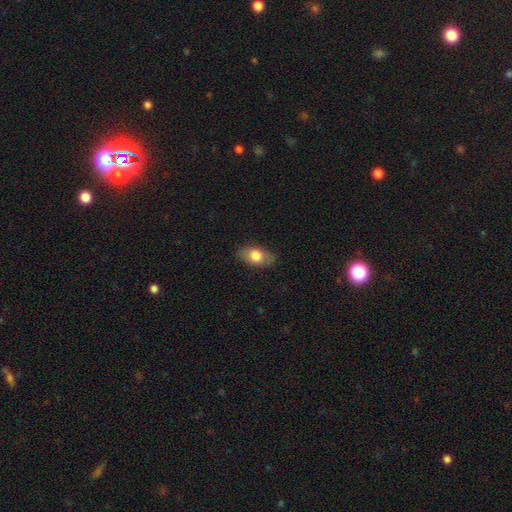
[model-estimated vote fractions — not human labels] A smooth galaxy with no disk features (76%) that is in between round and cigar-shaped (88%).

Vote fractions:
- Smooth or featured? smooth: 76% / featured or disk: 17% / star or artifact: 7%
- How rounded? in between: 88% / round: 9% / cigar-shaped: 3%
- Merging? none: 83% / minor disturbance: 13% / major disturbance: 3% / merger: 1%